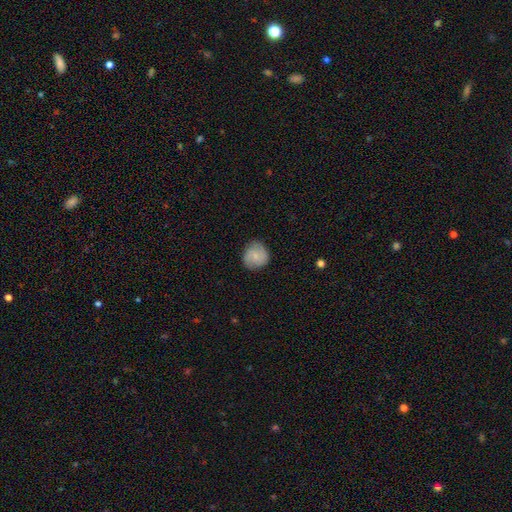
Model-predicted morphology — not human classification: smooth_or_featured: smooth (p=0.68) [alt: featured or disk p=0.25]
how_rounded: round (p=0.86) [alt: in between p=0.13]
merging: none (p=0.81) [alt: minor disturbance p=0.15]